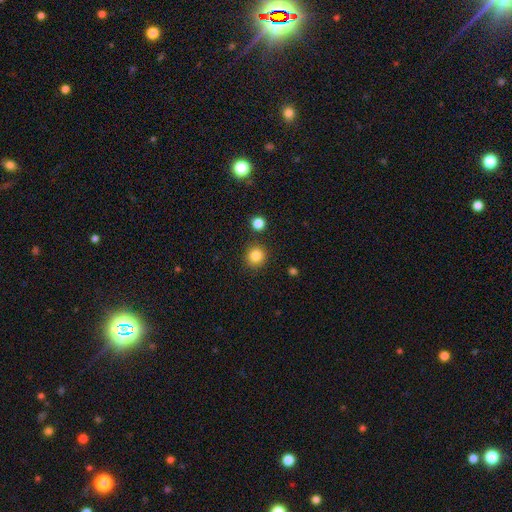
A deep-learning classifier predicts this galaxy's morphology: Smooth or featured: smooth — 84% (star or artifact — 12%)
How rounded: round — 93% (in between — 6%)
Merging: none — 88% (minor disturbance — 6%)